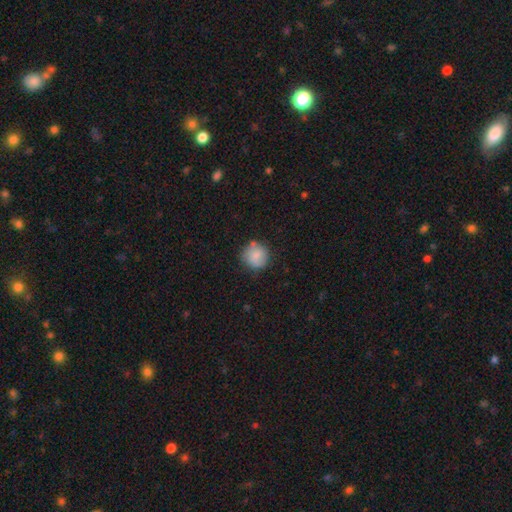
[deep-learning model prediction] smooth_or_featured: smooth (p=0.81) [alt: featured or disk p=0.11]
how_rounded: round (p=0.92) [alt: in between p=0.07]
merging: none (p=0.78) [alt: minor disturbance p=0.14]